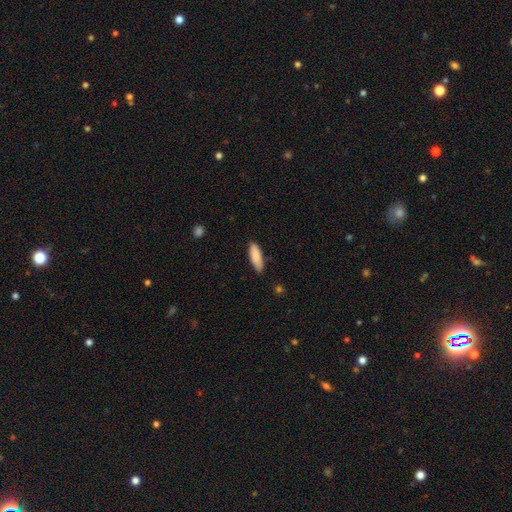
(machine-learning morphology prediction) smooth-or-featured: smooth: 88% | featured or disk: 6% | star or artifact: 6%
  how-rounded: in between: 53% | cigar-shaped: 45% | round: 1%
  merging: none: 82% | minor disturbance: 15% | major disturbance: 2% | merger: 1%